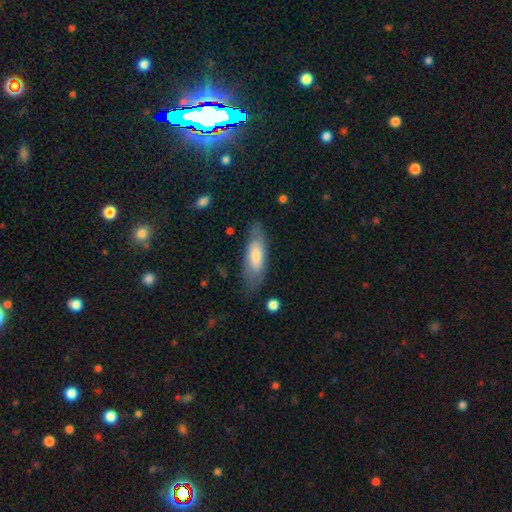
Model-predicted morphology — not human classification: Smooth or featured?
  - smooth: 68% *
  - featured or disk: 26%
  - star or artifact: 6%
How rounded?
  - in between: 58% *
  - cigar-shaped: 41%
  - round: 2%
Merging?
  - none: 74% *
  - minor disturbance: 18%
  - major disturbance: 6%
  - merger: 2%